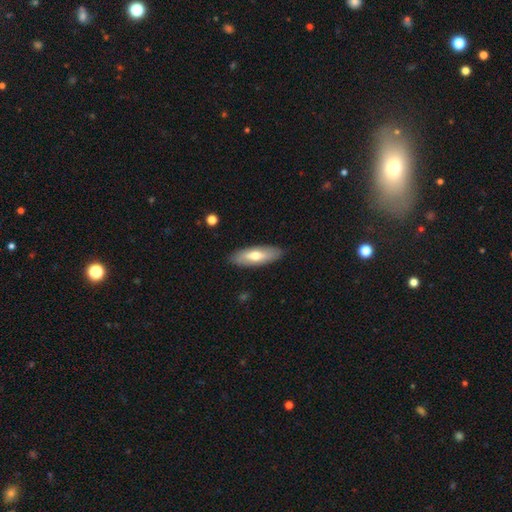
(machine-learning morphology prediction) smooth_or_featured: smooth (p=0.62) [alt: featured or disk p=0.32]
how_rounded: in between (p=0.65) [alt: cigar-shaped p=0.33]
merging: none (p=0.86) [alt: minor disturbance p=0.11]